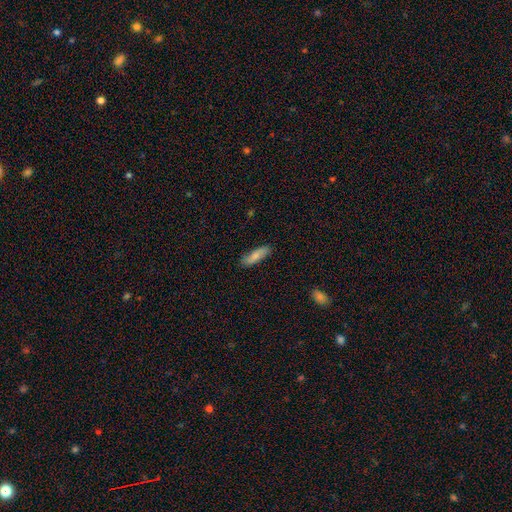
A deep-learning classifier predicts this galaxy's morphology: The model was most divided on "how rounded": in between: 54%, cigar-shaped: 44%, round: 2%. More confident: merging — none (84%); smooth or featured — smooth (73%).